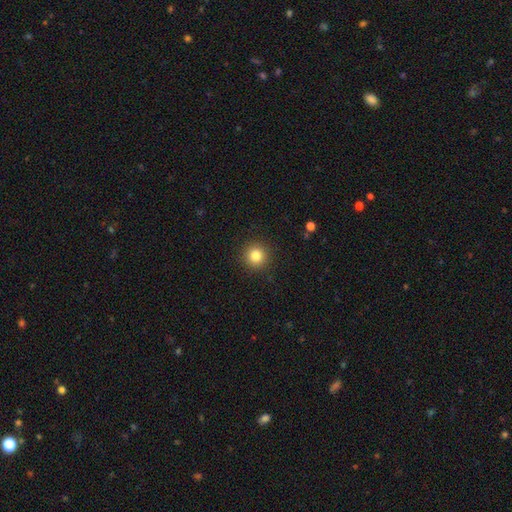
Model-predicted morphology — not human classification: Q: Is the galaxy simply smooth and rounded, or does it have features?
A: smooth — 83%.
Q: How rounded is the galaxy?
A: round — 95%.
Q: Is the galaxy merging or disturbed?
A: none — 92%.